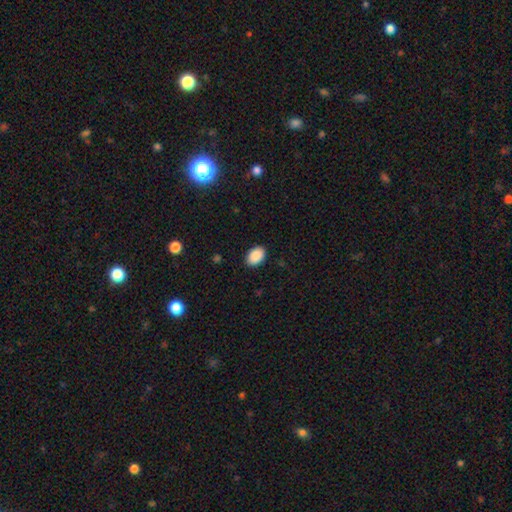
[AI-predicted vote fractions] This is clearly a smooth galaxy (90%). How rounded: clearly in between (84%). Merging: clearly none (89%).